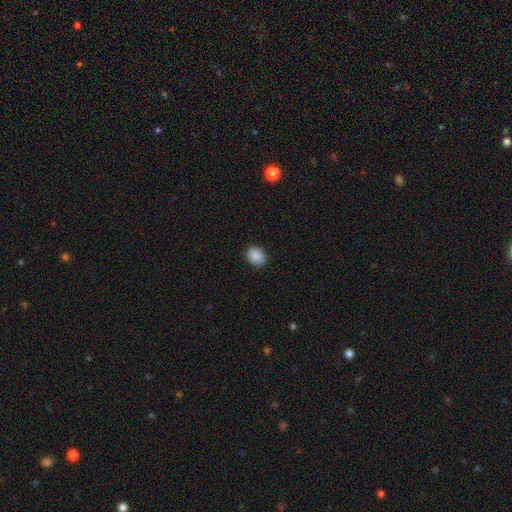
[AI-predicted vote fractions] A smooth galaxy with no disk features (89%) that is in between round and cigar-shaped (50%).

Vote fractions:
- Smooth or featured? smooth: 89% / star or artifact: 8% / featured or disk: 3%
- How rounded? in between: 50% / round: 49% / cigar-shaped: 1%
- Merging? none: 89% / minor disturbance: 8% / major disturbance: 2% / merger: 1%